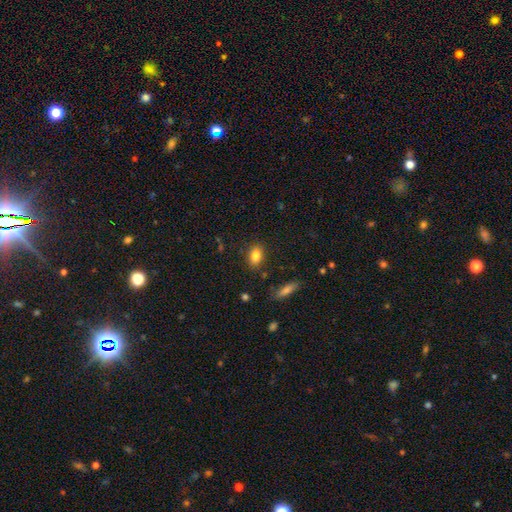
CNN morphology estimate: A smooth galaxy with no disk features (83%) that is in between round and cigar-shaped (77%). Merging: none (84%).